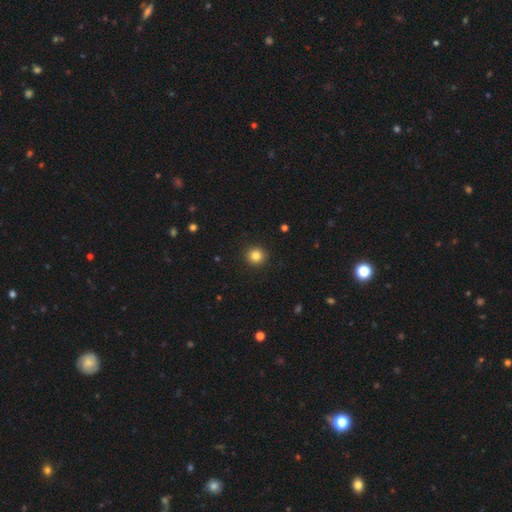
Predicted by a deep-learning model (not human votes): smooth_or_featured: smooth (p=0.84) [alt: star or artifact p=0.11]
how_rounded: round (p=0.93) [alt: in between p=0.06]
merging: none (p=0.93) [alt: minor disturbance p=0.04]